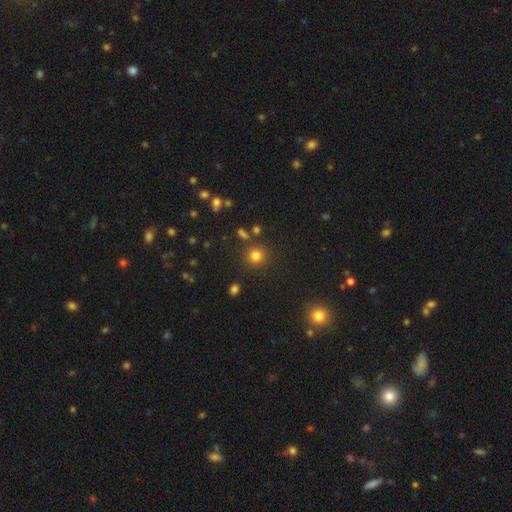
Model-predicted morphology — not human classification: Smooth or featured? Predicted: smooth (p=0.78). How rounded? Predicted: round (p=0.90). Merging? Predicted: none (p=0.84).